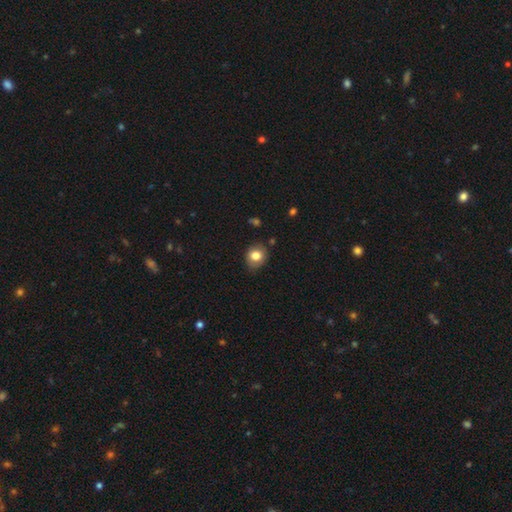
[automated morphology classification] type=smooth (80%); roundness=round (62%); merging=none (75%).